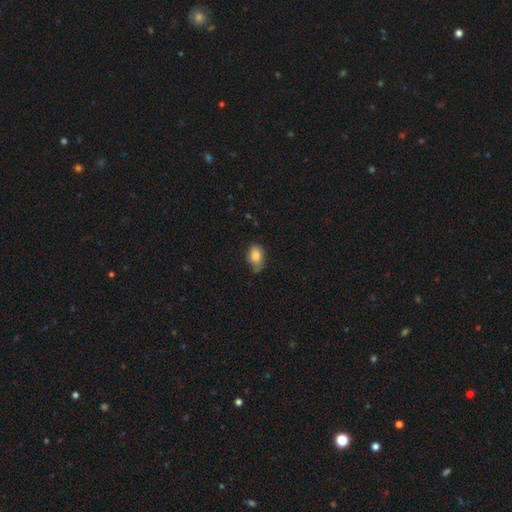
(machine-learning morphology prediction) smooth 84%, featured or disk 8%, star or artifact 8%. Down the decision tree: how rounded — in between (87%); merging — none (53%).